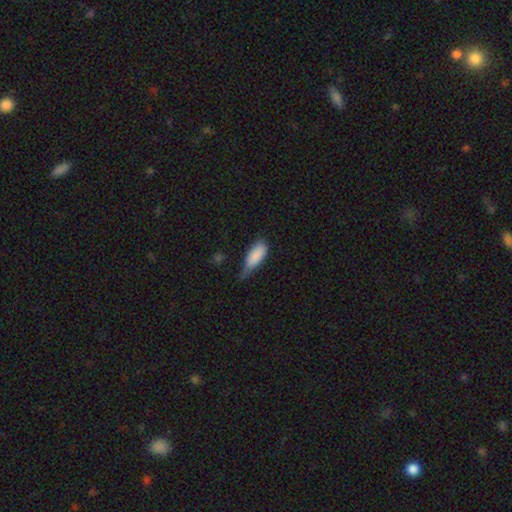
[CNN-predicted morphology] Overall: smooth (85%). How rounded: in between (79%). Merging: minor disturbance (52%; none 24%).